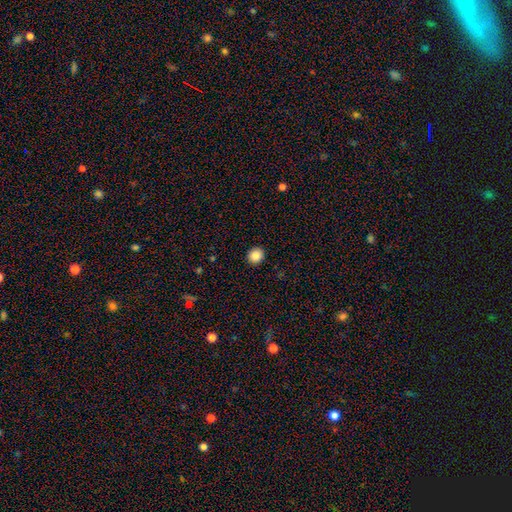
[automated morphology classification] smooth 86%, star or artifact 10%, featured or disk 5%. Down the decision tree: how rounded — round (86%); merging — none (93%).